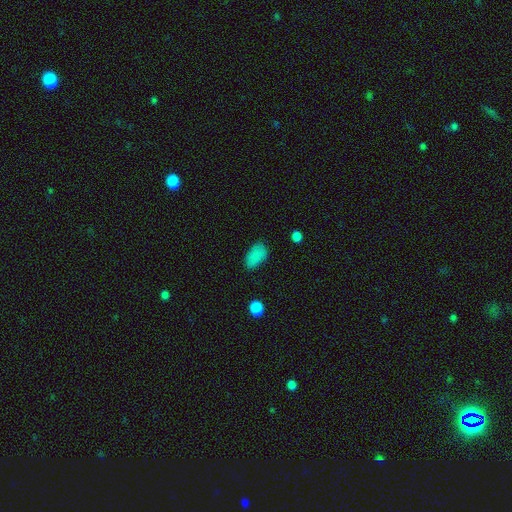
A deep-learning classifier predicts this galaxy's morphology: This appears to be a smooth galaxy with no disk features (85%) that is in between round and cigar-shaped (93%). Merging: none (71%).